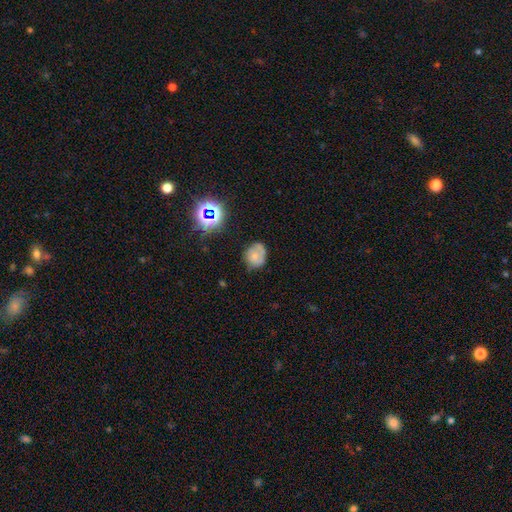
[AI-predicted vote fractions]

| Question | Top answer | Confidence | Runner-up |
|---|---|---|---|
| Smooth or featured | smooth | 58% | featured or disk (27%) |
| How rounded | round | 52% | in between (47%) |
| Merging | none | 55% | minor disturbance (30%) |